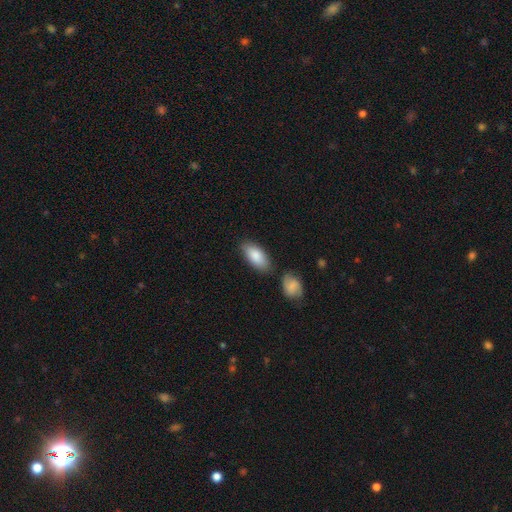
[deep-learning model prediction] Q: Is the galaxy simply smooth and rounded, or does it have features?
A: smooth — 86%.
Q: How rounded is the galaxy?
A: in between — 90%.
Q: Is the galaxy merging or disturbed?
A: none — 73%.